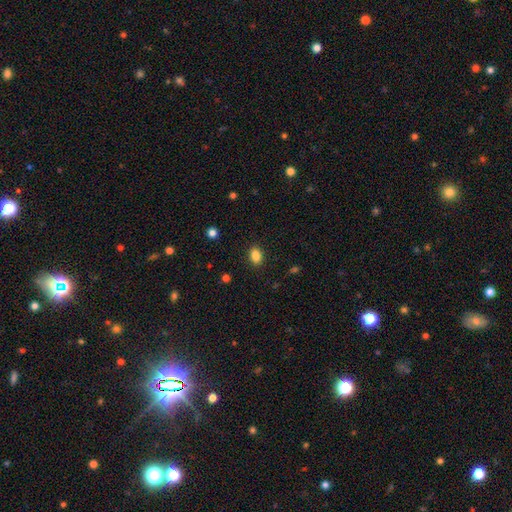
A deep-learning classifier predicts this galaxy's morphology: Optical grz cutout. It shows a smooth galaxy with no disk features (85%) that is in between round and cigar-shaped (76%). Merging: none (89%).